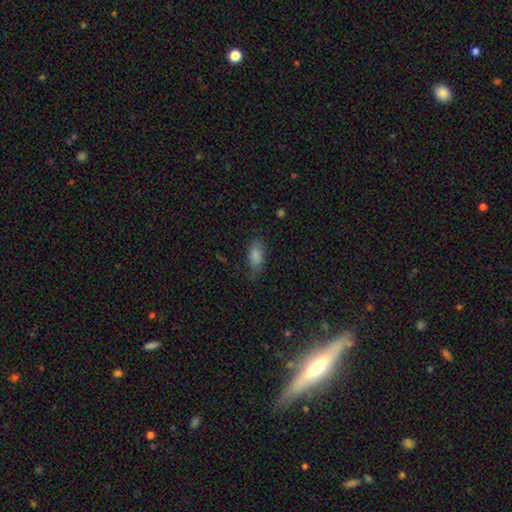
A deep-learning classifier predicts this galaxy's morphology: Smooth or featured? smooth (86%)
How rounded? in between (90%)
Merging? none (74%)